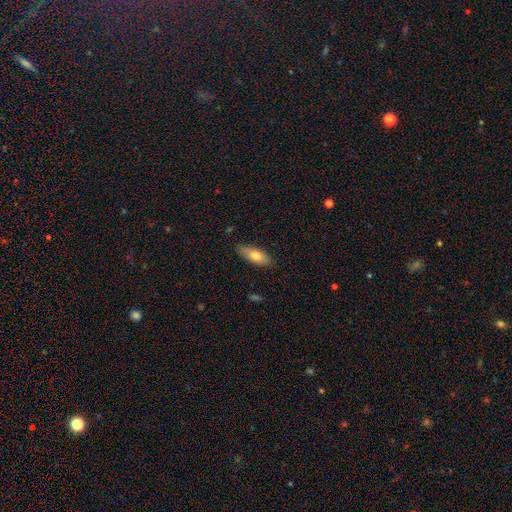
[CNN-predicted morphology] smooth 75%, featured or disk 19%, star or artifact 6%. Down the decision tree: how rounded — in between (77%); merging — none (85%).